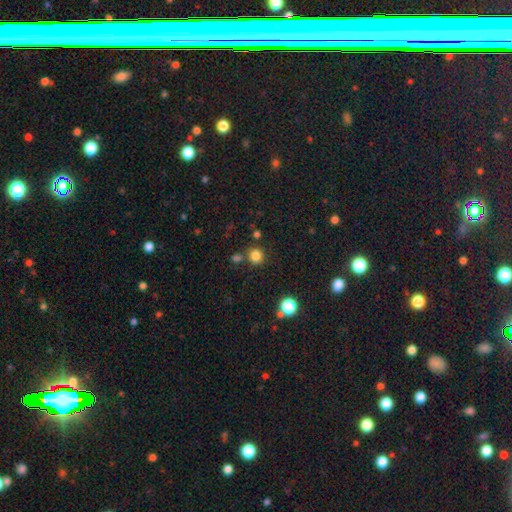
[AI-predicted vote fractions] Smooth or featured?
  - smooth: 82% *
  - star or artifact: 14%
  - featured or disk: 4%
How rounded?
  - round: 91% *
  - in between: 8%
  - cigar-shaped: 1%
Merging?
  - none: 79% *
  - merger: 10%
  - minor disturbance: 8%
  - major disturbance: 3%